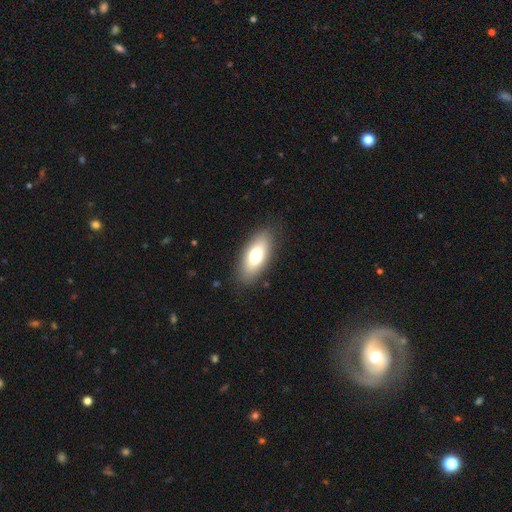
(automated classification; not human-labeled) Smooth or featured?
  - smooth: 72% *
  - featured or disk: 21%
  - star or artifact: 7%
How rounded?
  - in between: 83% *
  - cigar-shaped: 14%
  - round: 3%
Merging?
  - none: 86% *
  - minor disturbance: 10%
  - major disturbance: 3%
  - merger: 1%